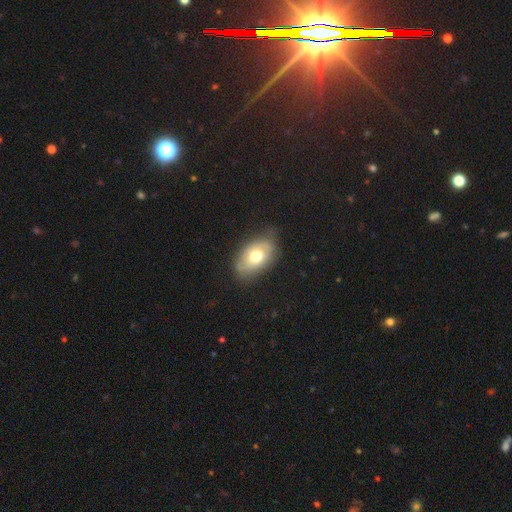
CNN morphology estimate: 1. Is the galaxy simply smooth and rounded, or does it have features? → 63% smooth, 30% featured or disk, 7% star or artifact.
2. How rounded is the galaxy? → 90% in between, 8% round, 2% cigar-shaped.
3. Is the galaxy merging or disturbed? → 69% none, 24% minor disturbance, 6% major disturbance, 1% merger.